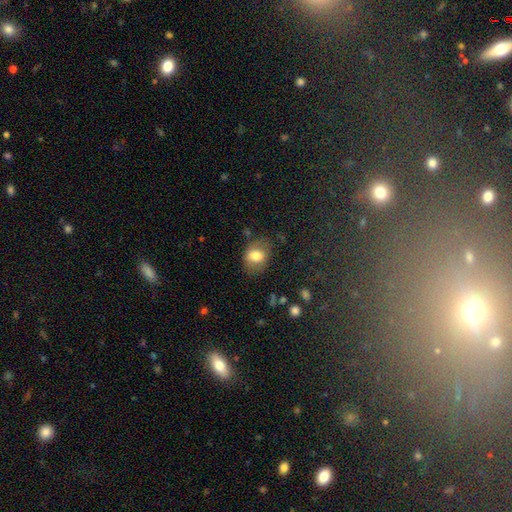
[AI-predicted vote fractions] Smooth or featured: smooth — 74% (featured or disk — 18%)
How rounded: in between — 64% (round — 35%)
Merging: none — 70% (minor disturbance — 20%)